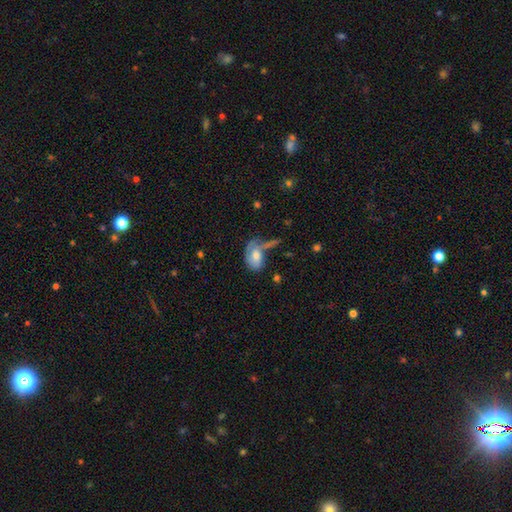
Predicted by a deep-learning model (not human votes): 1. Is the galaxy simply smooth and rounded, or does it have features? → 62% smooth, 30% featured or disk, 8% star or artifact.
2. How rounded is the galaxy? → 86% in between, 12% round, 2% cigar-shaped.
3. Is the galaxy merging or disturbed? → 33% none, 23% minor disturbance, 22% merger, 22% major disturbance.